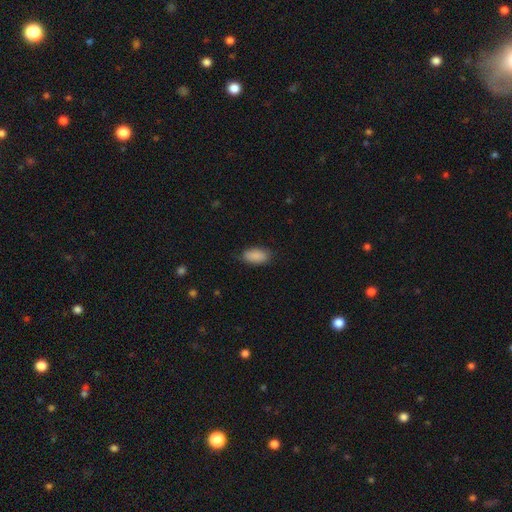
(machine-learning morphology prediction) type=smooth (90%); roundness=in between (93%); merging=none (83%).